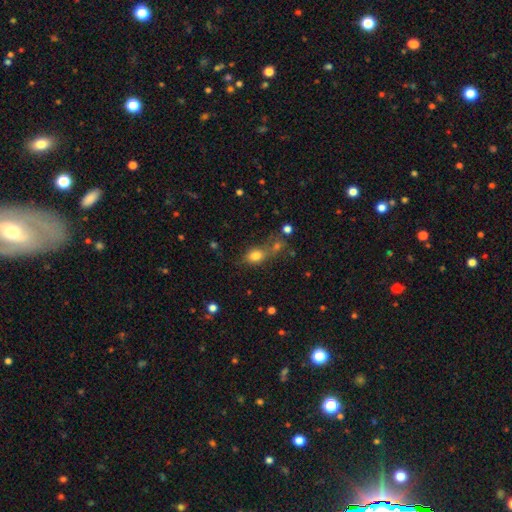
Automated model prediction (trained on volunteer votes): Smooth or featured?
  - smooth: 79% *
  - star or artifact: 12%
  - featured or disk: 9%
How rounded?
  - in between: 61% *
  - round: 36%
  - cigar-shaped: 3%
Merging?
  - none: 43% *
  - merger: 34%
  - minor disturbance: 14%
  - major disturbance: 9%